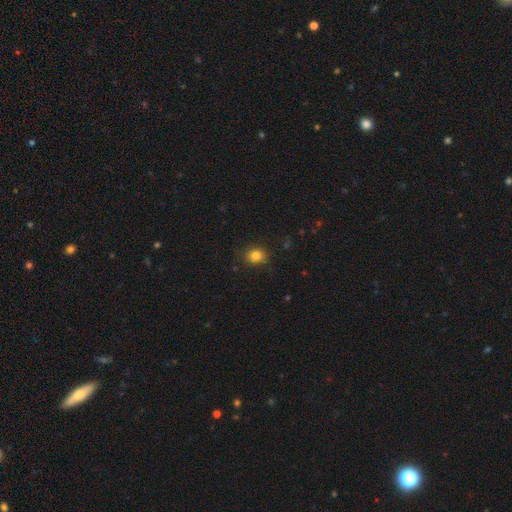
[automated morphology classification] The model was most divided on "how rounded": round: 63%, in between: 36%, cigar-shaped: 1%. More confident: merging — none (87%); smooth or featured — smooth (83%).